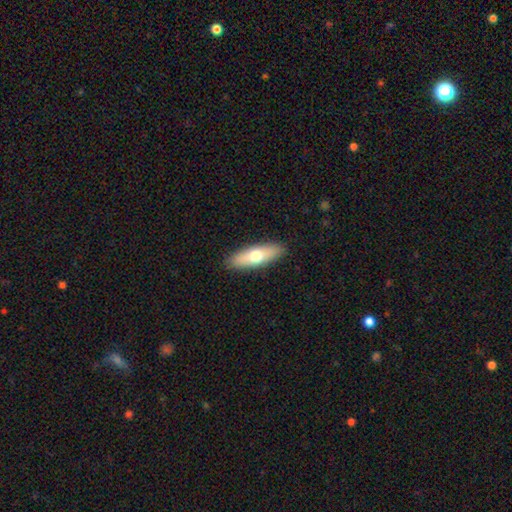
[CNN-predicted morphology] A smooth galaxy with no disk features (64%) that is in between round and cigar-shaped (53%).

Vote fractions:
- Smooth or featured? smooth: 64% / featured or disk: 30% / star or artifact: 6%
- How rounded? in between: 53% / cigar-shaped: 44% / round: 3%
- Merging? none: 89% / minor disturbance: 8% / major disturbance: 2% / merger: 1%